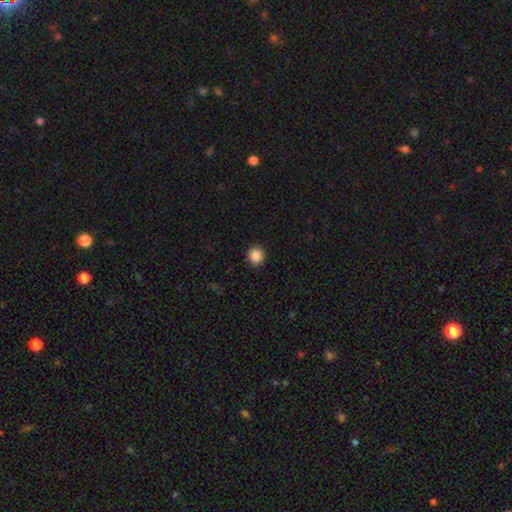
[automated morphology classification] A smooth galaxy with no disk features (87%) that is round (87%).

Vote fractions:
- Smooth or featured? smooth: 87% / star or artifact: 10% / featured or disk: 3%
- How rounded? round: 87% / in between: 12% / cigar-shaped: 1%
- Merging? none: 92% / minor disturbance: 5% / major disturbance: 2% / merger: 1%